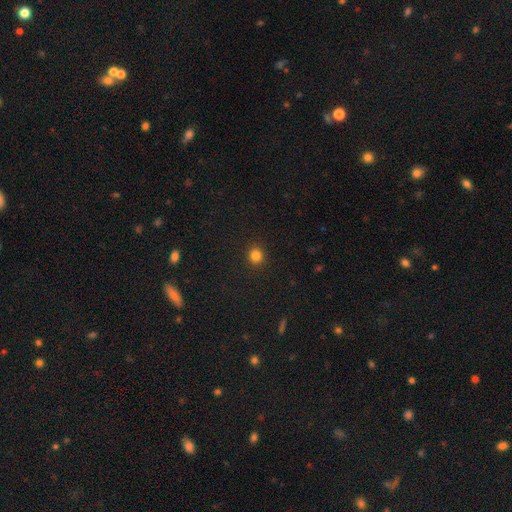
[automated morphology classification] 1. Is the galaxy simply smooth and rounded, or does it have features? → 83% smooth, 13% star or artifact, 4% featured or disk.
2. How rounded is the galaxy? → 87% round, 12% in between, 1% cigar-shaped.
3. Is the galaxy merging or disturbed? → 92% none, 5% minor disturbance, 2% major disturbance, 1% merger.